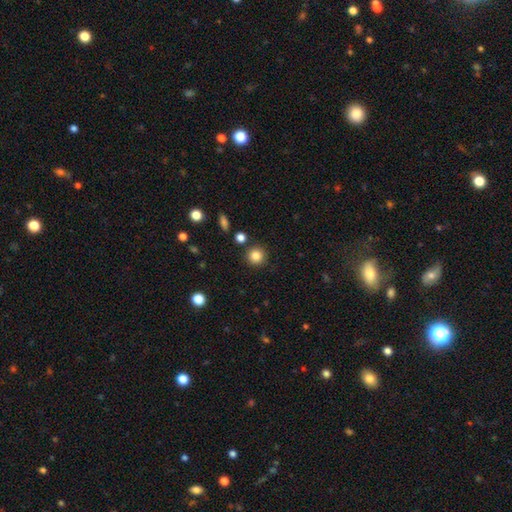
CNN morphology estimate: This appears to be a smooth galaxy with no disk features (85%) that is round (93%). Merging: none (88%).